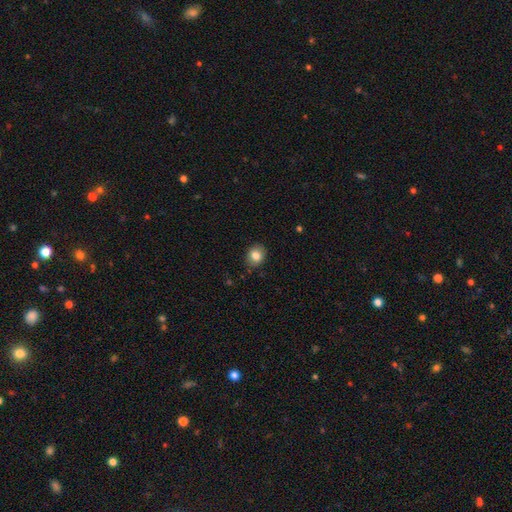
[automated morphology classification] type=smooth (82%); roundness=round (59%); merging=none (87%).